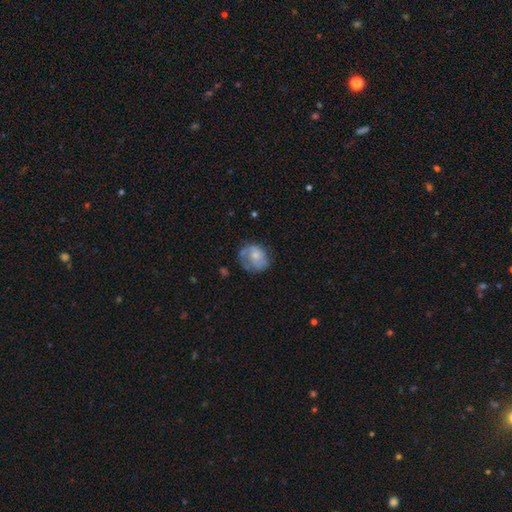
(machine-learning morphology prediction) Smooth or featured? featured or disk (48%)
Merging? none (49%)